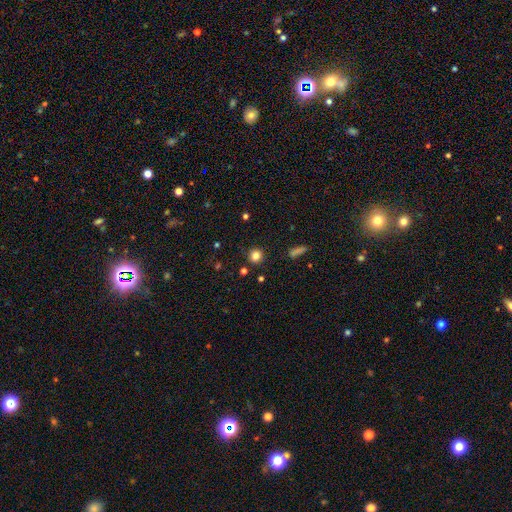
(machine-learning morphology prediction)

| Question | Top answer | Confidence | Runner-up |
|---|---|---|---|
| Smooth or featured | smooth | 82% | star or artifact (12%) |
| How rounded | round | 90% | in between (8%) |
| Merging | none | 89% | minor disturbance (7%) |